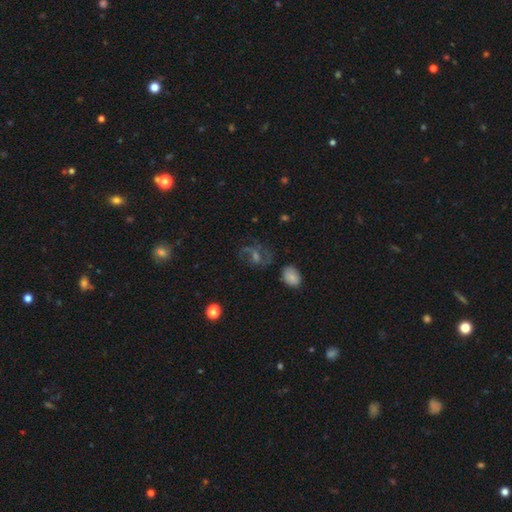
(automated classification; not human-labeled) Smooth or featured? featured or disk (62%)
Edge-on disk? no (97%)
Bar? weak (46%)
Spiral arms? yes (87%)
Spiral winding? medium (50%)
Spiral arm count? 2 (69%)
Bulge size? small (43%)
Merging? none (66%)